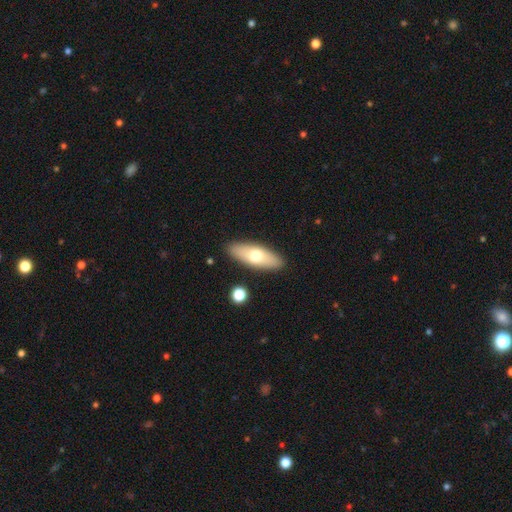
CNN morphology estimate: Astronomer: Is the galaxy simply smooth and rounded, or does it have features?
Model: smooth — 62%.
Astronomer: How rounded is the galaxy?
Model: in between — 66%.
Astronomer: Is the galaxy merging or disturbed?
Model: none — 89%.